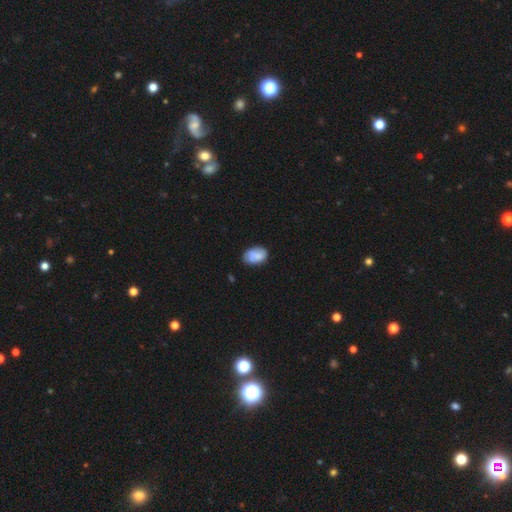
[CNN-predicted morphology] A smooth galaxy with no disk features (80%) that is in between round and cigar-shaped (88%). Merging: none (70%).